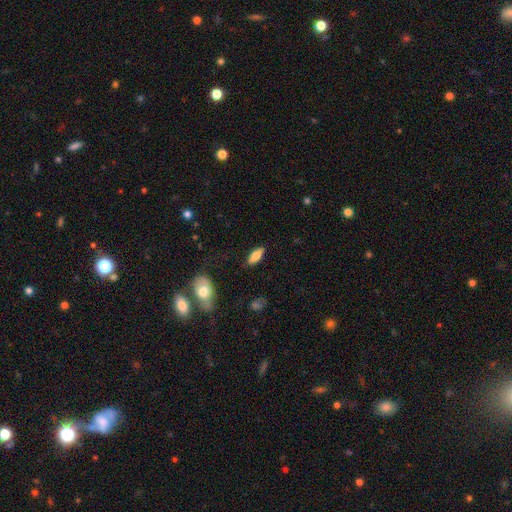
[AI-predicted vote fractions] Morphology: type=smooth (75%); roundness=in between (67%); merging=none (84%).